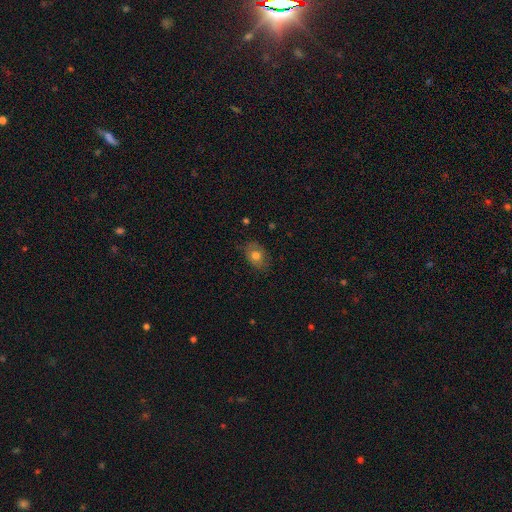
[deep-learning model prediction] Q: Smooth or featured?
A: smooth (70%); runner-up: featured or disk (21%)
Q: How rounded?
A: in between (69%); runner-up: round (30%)
Q: Merging?
A: none (75%); runner-up: minor disturbance (19%)